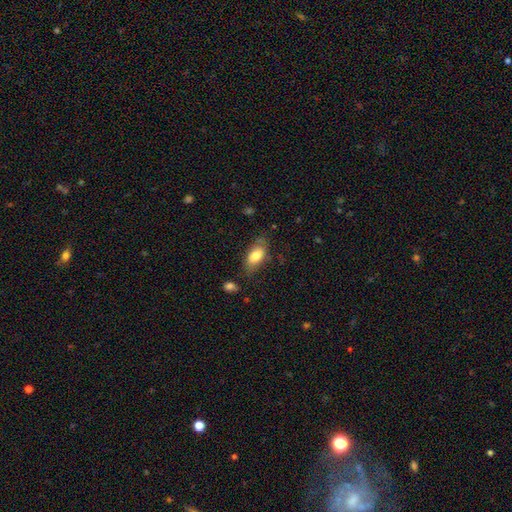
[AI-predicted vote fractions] Overall: smooth (76%). How rounded: in between (90%). Merging: none (66%).